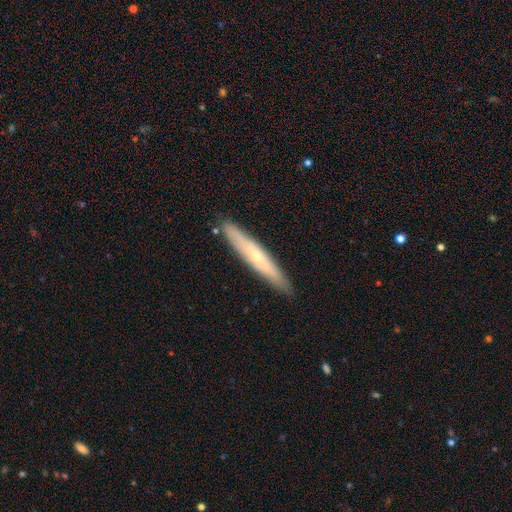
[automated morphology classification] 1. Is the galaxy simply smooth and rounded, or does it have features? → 49% featured or disk, 45% smooth, 6% star or artifact.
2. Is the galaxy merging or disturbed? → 88% none, 9% minor disturbance, 1% major disturbance, 1% merger.